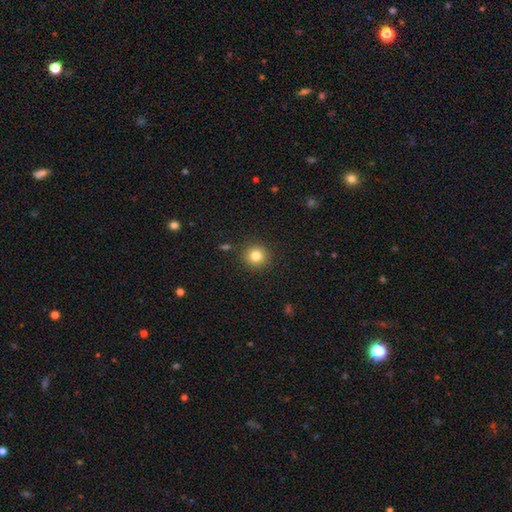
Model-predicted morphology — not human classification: The model was most divided on "smooth or featured": smooth: 81%, star or artifact: 11%, featured or disk: 8%. More confident: how rounded — round (94%); merging — none (90%).